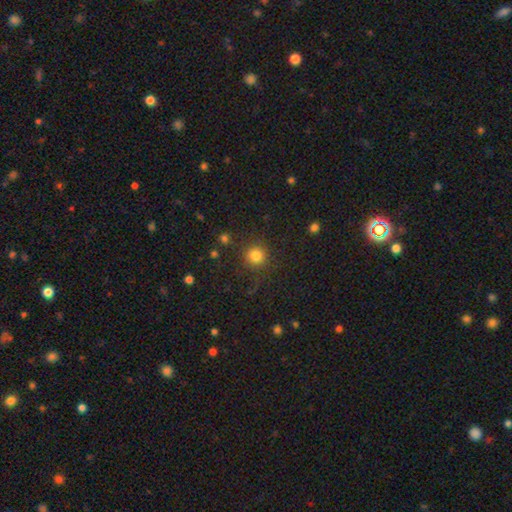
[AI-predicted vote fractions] smooth_or_featured: smooth (p=0.81) [alt: star or artifact p=0.13]
how_rounded: round (p=0.94) [alt: in between p=0.05]
merging: none (p=0.85) [alt: minor disturbance p=0.08]